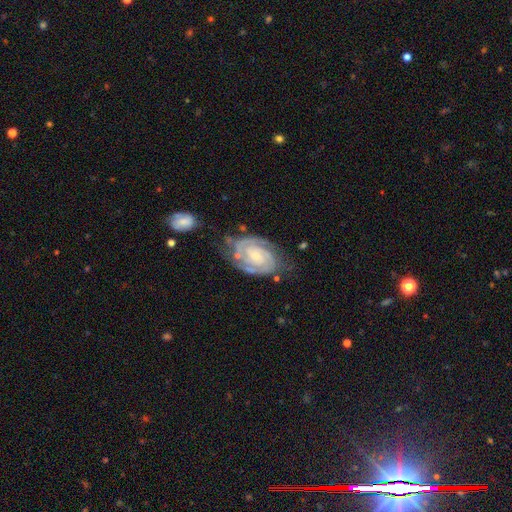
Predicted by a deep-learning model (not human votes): This is clearly a featured or disk galaxy (90%). It is clearly not viewed edge-on (98%). Bar: likely no (61%). Spiral arm pattern: clearly yes (98%). Spiral arm count: likely 2 (77%). Spiral winding: likely tight (74%). Central bulge: likely small (65%). Merging: likely none (66%).